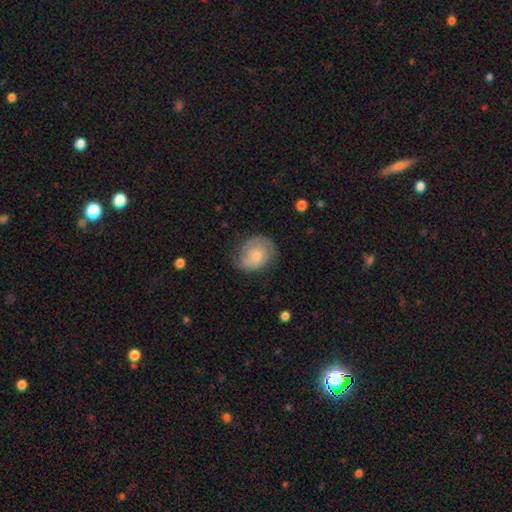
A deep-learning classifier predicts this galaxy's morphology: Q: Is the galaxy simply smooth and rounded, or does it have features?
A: featured or disk — 50%.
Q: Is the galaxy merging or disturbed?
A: none — 68%.